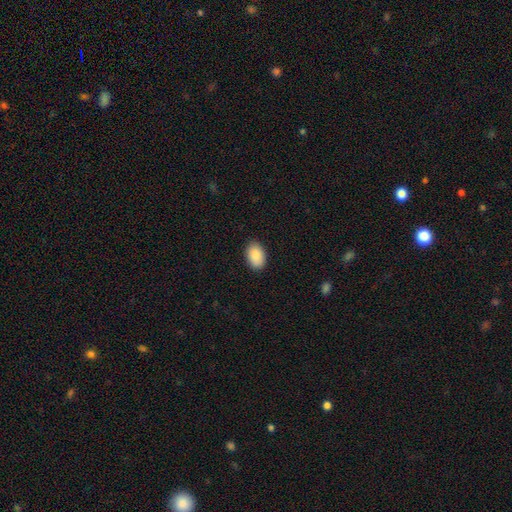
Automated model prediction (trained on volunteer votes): A smooth galaxy with no disk features (90%) that is in between round and cigar-shaped (91%).

Vote fractions:
- Smooth or featured? smooth: 90% / star or artifact: 6% / featured or disk: 3%
- How rounded? in between: 91% / round: 8% / cigar-shaped: 1%
- Merging? none: 89% / minor disturbance: 9% / major disturbance: 2% / merger: 1%